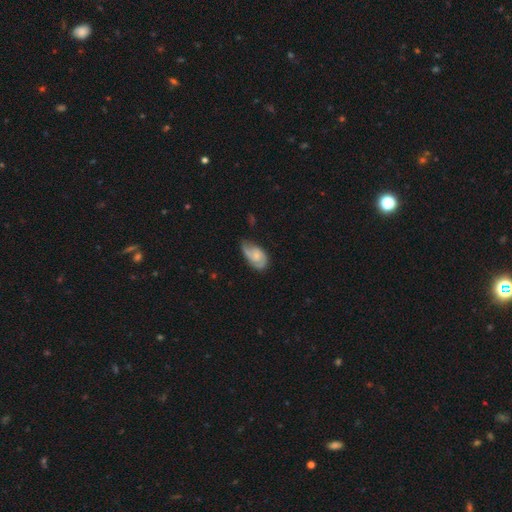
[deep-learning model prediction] This is likely a featured or disk galaxy (63%). It is clearly not viewed edge-on (96%). Bar: likely no (68%). Spiral arm pattern: clearly yes (91%). Spiral arm count: likely 2 (64%). Spiral winding: marginally medium (43%). Central bulge: possibly small (49%). Merging: possibly none (49%).